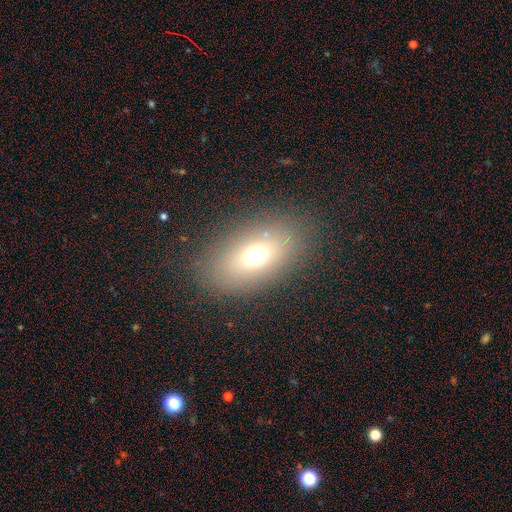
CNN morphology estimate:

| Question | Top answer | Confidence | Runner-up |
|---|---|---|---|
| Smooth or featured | smooth | 66% | featured or disk (19%) |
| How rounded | in between | 83% | round (14%) |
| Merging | none | 83% | minor disturbance (9%) |